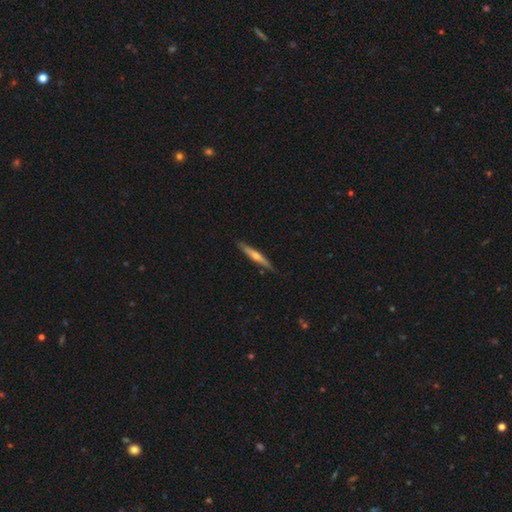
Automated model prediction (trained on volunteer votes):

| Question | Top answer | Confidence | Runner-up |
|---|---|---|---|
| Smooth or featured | featured or disk | 63% | smooth (32%) |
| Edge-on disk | yes | 96% | no (4%) |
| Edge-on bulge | rounded | 80% | none (16%) |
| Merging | none | 88% | minor disturbance (9%) |